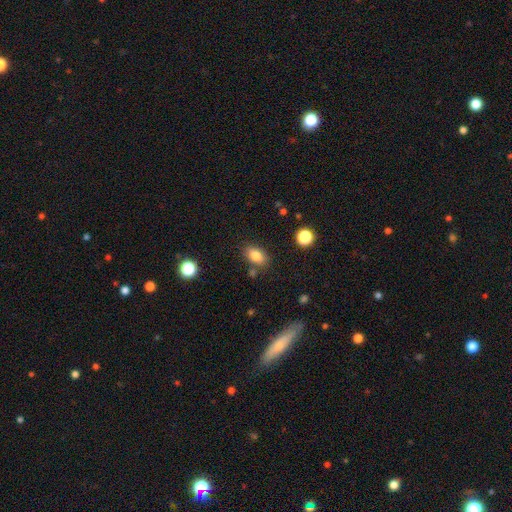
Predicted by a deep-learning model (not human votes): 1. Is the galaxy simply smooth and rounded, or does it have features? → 83% smooth, 9% star or artifact, 8% featured or disk.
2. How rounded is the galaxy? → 85% in between, 13% round, 2% cigar-shaped.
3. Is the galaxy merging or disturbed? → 79% none, 12% minor disturbance, 6% merger, 3% major disturbance.